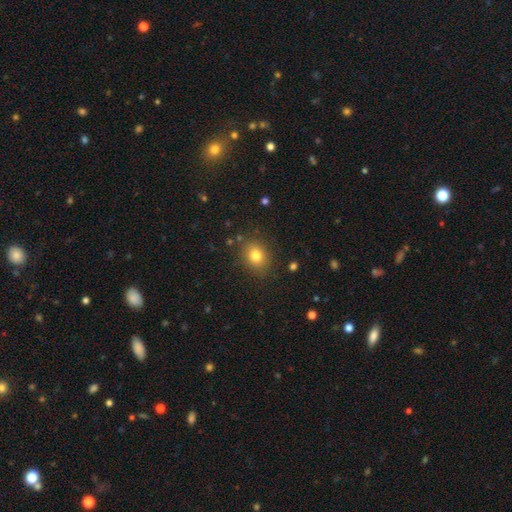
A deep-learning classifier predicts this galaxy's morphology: Q: Smooth or featured?
A: smooth (80%); runner-up: star or artifact (12%)
Q: How rounded?
A: round (59%); runner-up: in between (40%)
Q: Merging?
A: none (85%); runner-up: minor disturbance (10%)